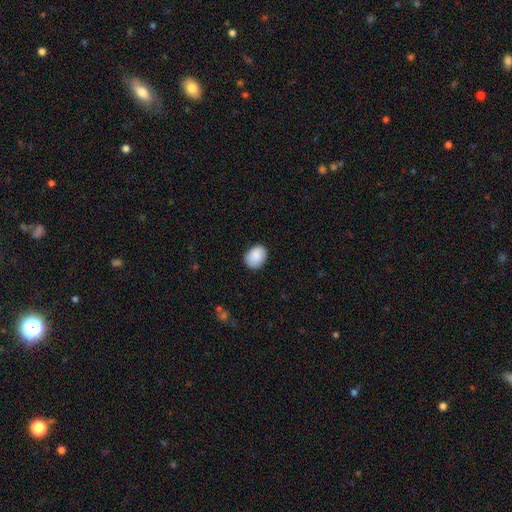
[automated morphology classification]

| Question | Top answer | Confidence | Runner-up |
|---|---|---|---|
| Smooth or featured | smooth | 89% | star or artifact (7%) |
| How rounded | in between | 56% | round (43%) |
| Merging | none | 85% | minor disturbance (12%) |